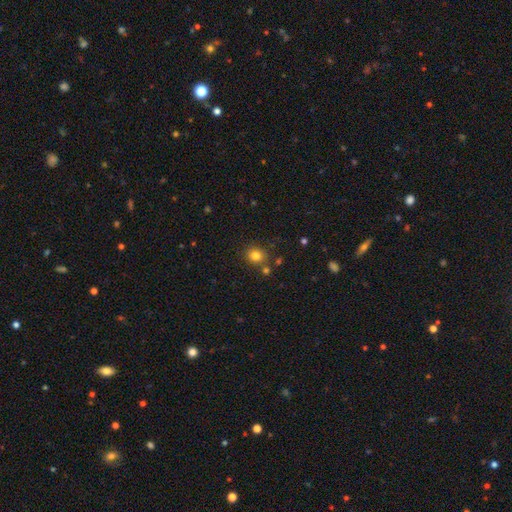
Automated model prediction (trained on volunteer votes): Smooth or featured?
  - smooth: 81% *
  - star or artifact: 13%
  - featured or disk: 6%
How rounded?
  - round: 79% *
  - in between: 20%
  - cigar-shaped: 1%
Merging?
  - none: 79% *
  - minor disturbance: 9%
  - merger: 8%
  - major disturbance: 3%